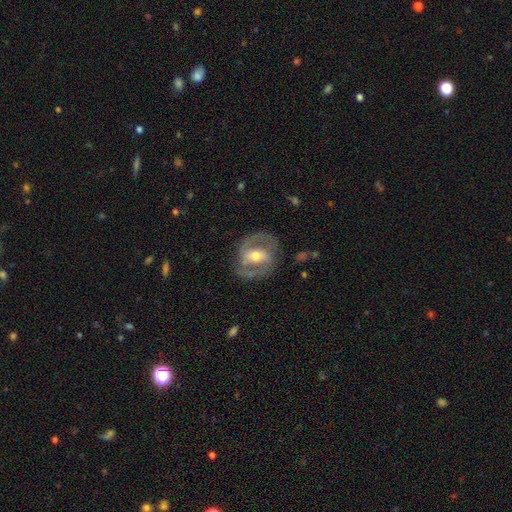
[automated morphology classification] Smooth or featured: featured or disk — 80% (smooth — 15%)
Edge-on disk: no — 96% (yes — 4%)
Bar: strong — 40% (weak — 38%)
Spiral arms: yes — 79% (no — 21%)
Spiral winding: medium — 50% (tight — 33%)
Spiral arm count: 2 — 86% (can't tell — 8%)
Bulge size: moderate — 69% (small — 22%)
Merging: none — 78% (minor disturbance — 13%)